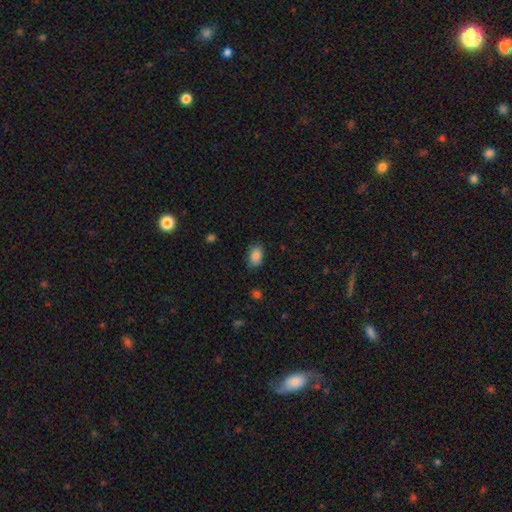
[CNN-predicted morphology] This is clearly a smooth galaxy (85%). How rounded: clearly in between (87%). Merging: likely none (79%).